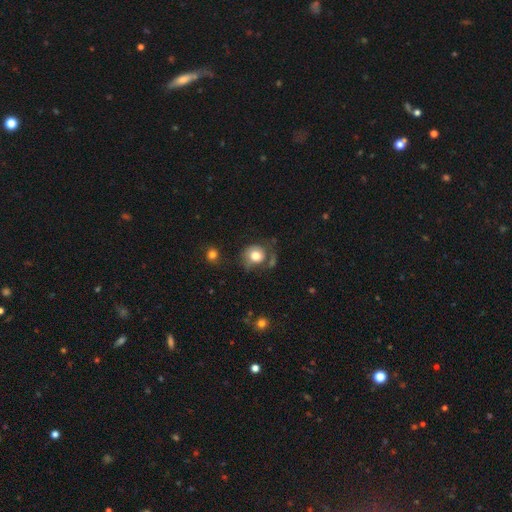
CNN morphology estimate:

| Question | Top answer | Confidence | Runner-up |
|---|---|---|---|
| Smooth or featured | smooth | 74% | featured or disk (18%) |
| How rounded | round | 77% | in between (22%) |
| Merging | none | 50% | minor disturbance (24%) |